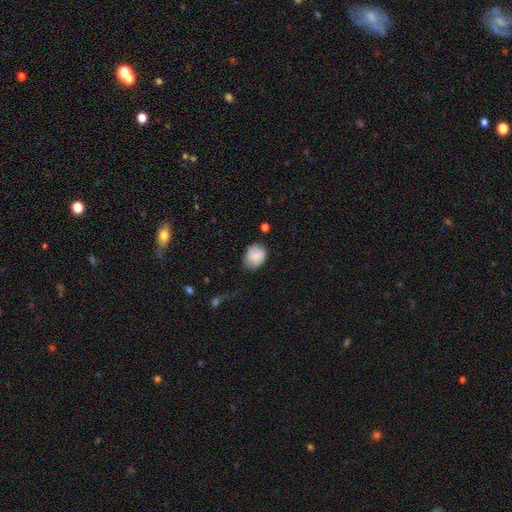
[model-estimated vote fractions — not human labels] Smooth or featured: smooth — 79% (featured or disk — 13%)
How rounded: round — 56% (in between — 43%)
Merging: none — 67% (minor disturbance — 25%)